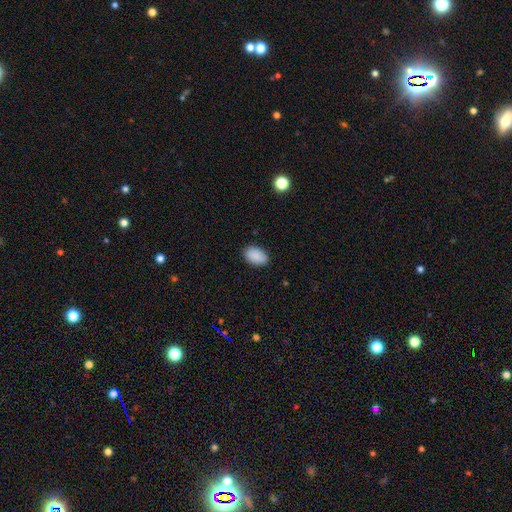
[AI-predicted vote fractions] This is clearly a smooth galaxy (89%). How rounded: clearly in between (90%). Merging: clearly none (87%).